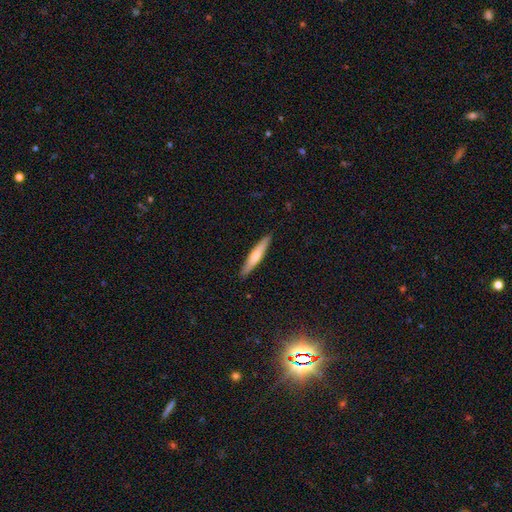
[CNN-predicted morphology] This appears to be a smooth galaxy with no disk features (58%) that is cigar-shaped (92%). Merging: none (90%).